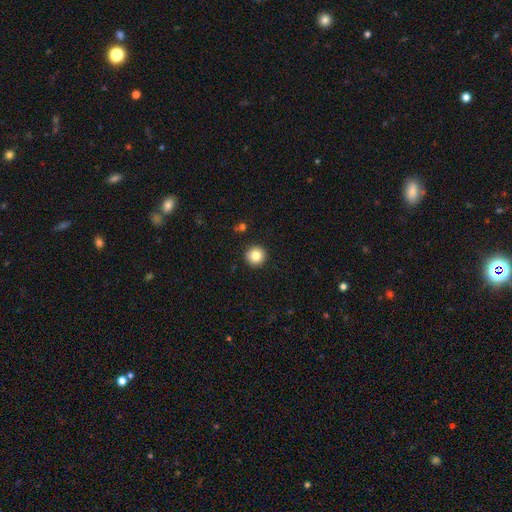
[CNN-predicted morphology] The model was most divided on "smooth or featured": smooth: 83%, star or artifact: 10%, featured or disk: 7%. More confident: how rounded — round (96%); merging — none (93%).